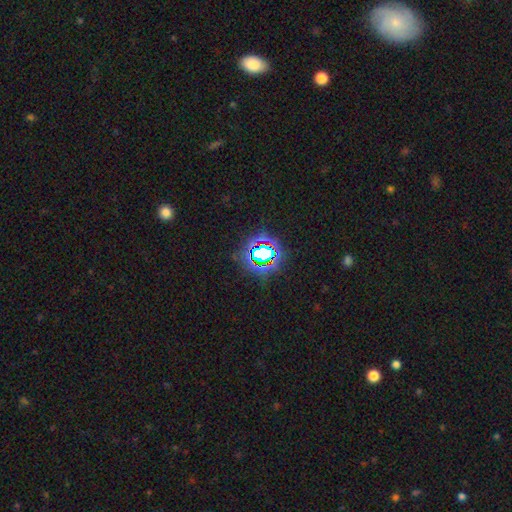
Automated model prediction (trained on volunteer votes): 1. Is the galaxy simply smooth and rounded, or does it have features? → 79% star or artifact, 14% smooth, 7% featured or disk.